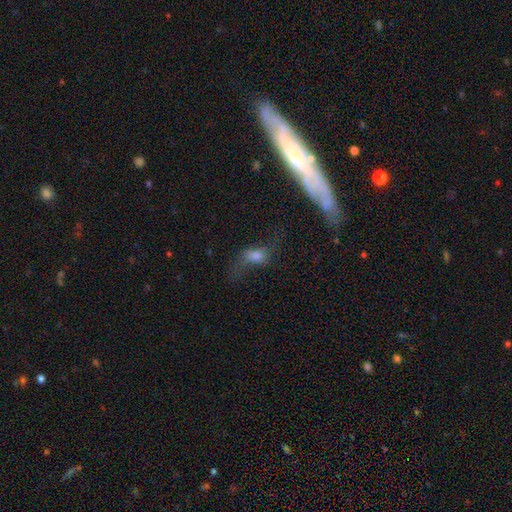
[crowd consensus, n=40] Morphology: type=featured or disk (60%); edge-on=no (83%); bar=no (50%); spiral arms=yes (90%); winding=loose (89%); arm count=2 (89%); bulge=moderate (35%); merging=none (58%).